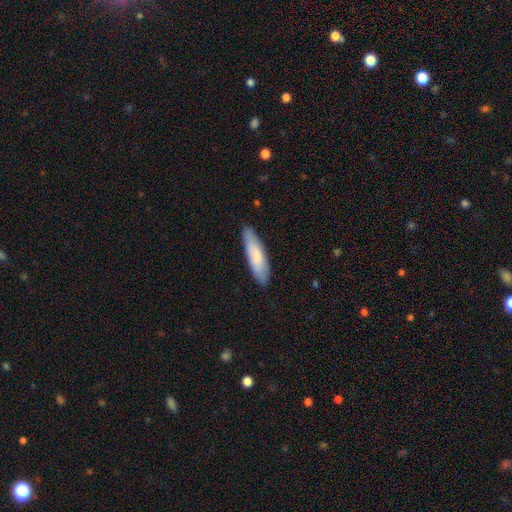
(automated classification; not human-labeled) smooth_or_featured: smooth (p=0.74) [alt: featured or disk p=0.20]
how_rounded: cigar-shaped (p=0.67) [alt: in between p=0.32]
merging: none (p=0.86) [alt: minor disturbance p=0.11]